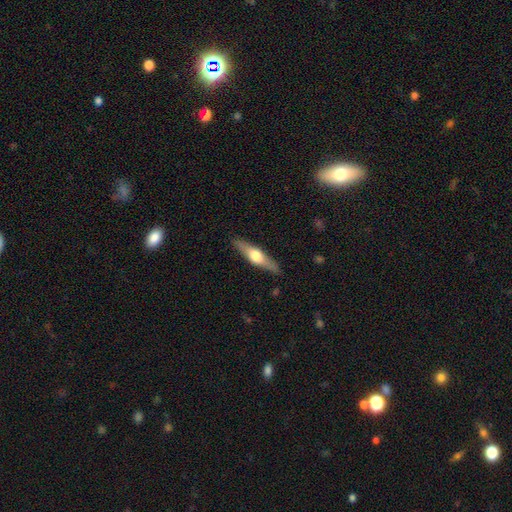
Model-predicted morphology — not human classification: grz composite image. It shows a featured or disk galaxy (58%) viewed edge-on (94%) with a rounded central bulge (93%). Merging: none (88%).